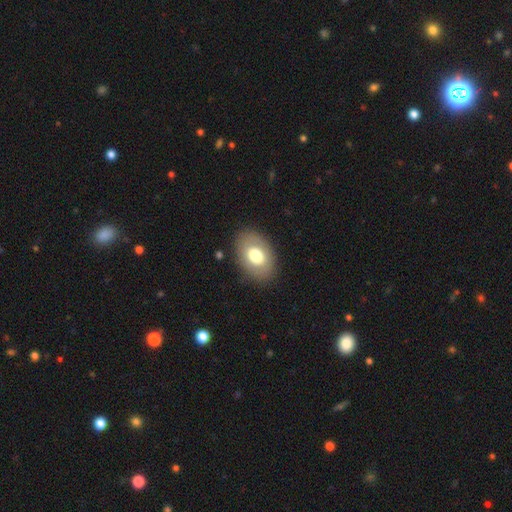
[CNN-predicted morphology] Overall: smooth (67%). How rounded: in between (85%). Merging: none (84%).